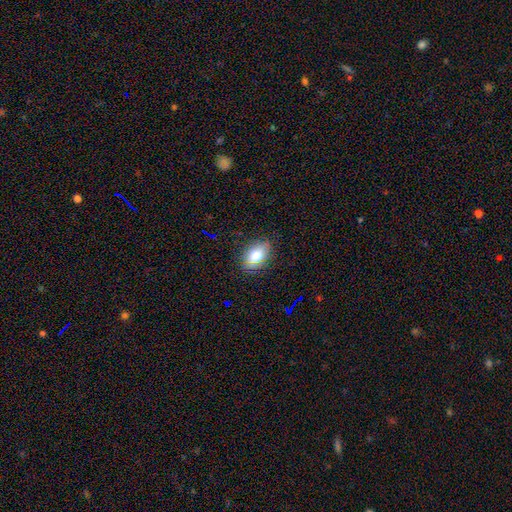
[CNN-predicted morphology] Smooth or featured? Predicted: smooth (p=0.72). How rounded? Predicted: in between (p=0.84). Merging? Predicted: none (p=0.82).